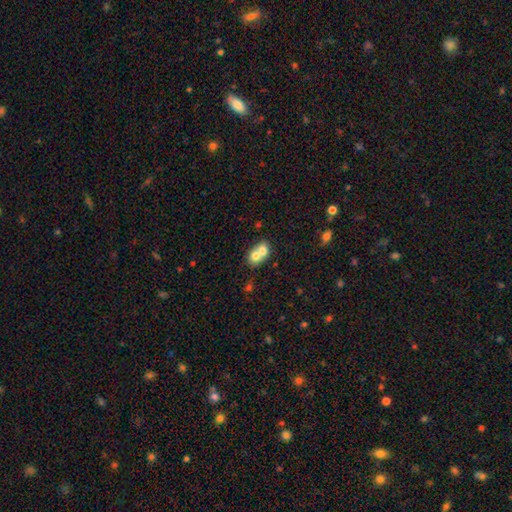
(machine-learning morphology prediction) The model was most divided on "how rounded": round: 57%, in between: 42%, cigar-shaped: 1%. More confident: merging — merger (74%); smooth or featured — smooth (68%).